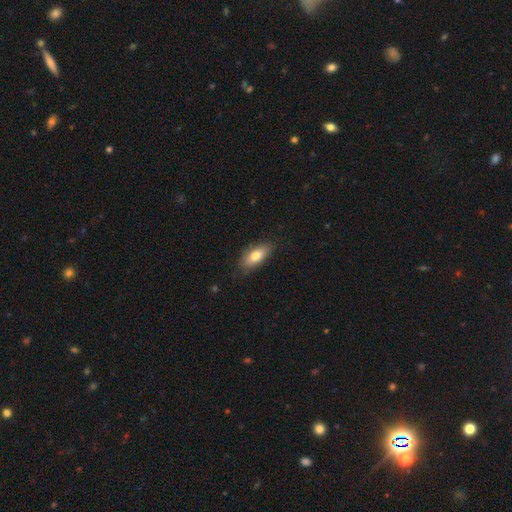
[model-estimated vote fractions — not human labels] Overall: smooth (75%). How rounded: in between (81%). Merging: none (81%).